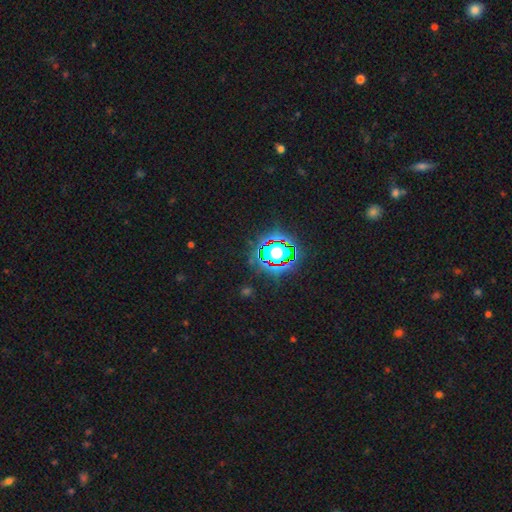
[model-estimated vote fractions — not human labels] A star or artifact, not a galaxy (81%).

Vote fractions:
- Smooth or featured? star or artifact: 81% / smooth: 12% / featured or disk: 7%